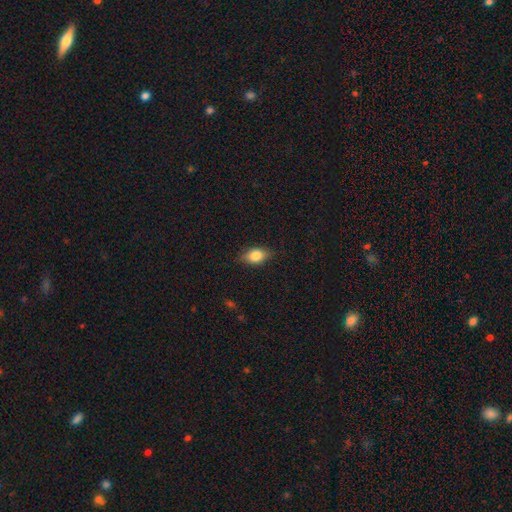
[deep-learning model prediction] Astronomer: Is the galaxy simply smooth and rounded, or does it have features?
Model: smooth — 79%.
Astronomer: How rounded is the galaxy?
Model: in between — 81%.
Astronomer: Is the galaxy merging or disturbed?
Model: none — 80%.